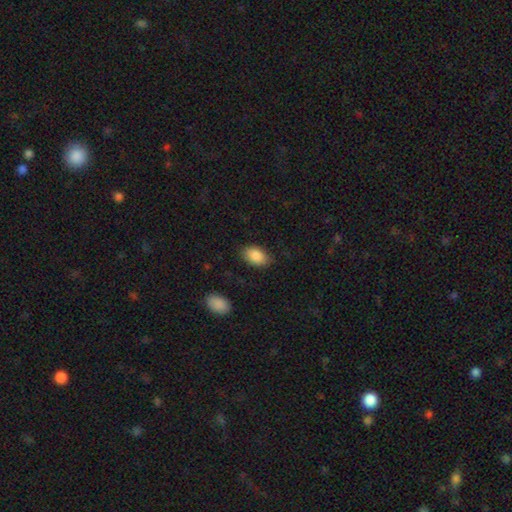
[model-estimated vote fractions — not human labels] Smooth or featured? Predicted: smooth (p=0.88). How rounded? Predicted: in between (p=0.90). Merging? Predicted: none (p=0.80).